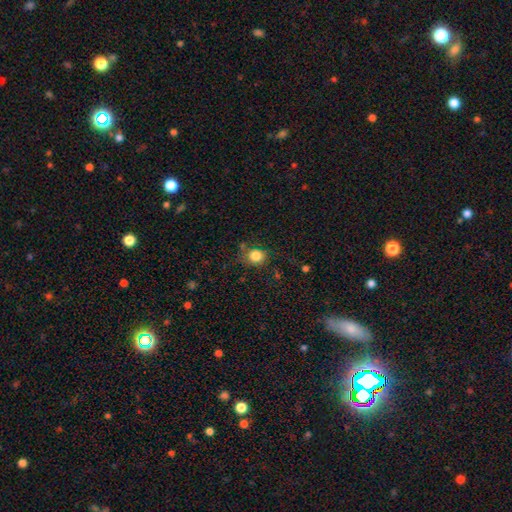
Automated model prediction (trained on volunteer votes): This appears to be a smooth galaxy with no disk features (83%) that is round (86%). Merging: none (76%).